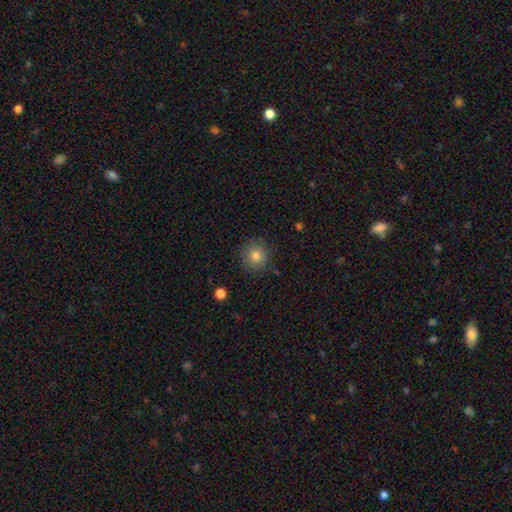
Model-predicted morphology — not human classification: Overall: smooth (82%). How rounded: round (93%). Merging: none (87%).